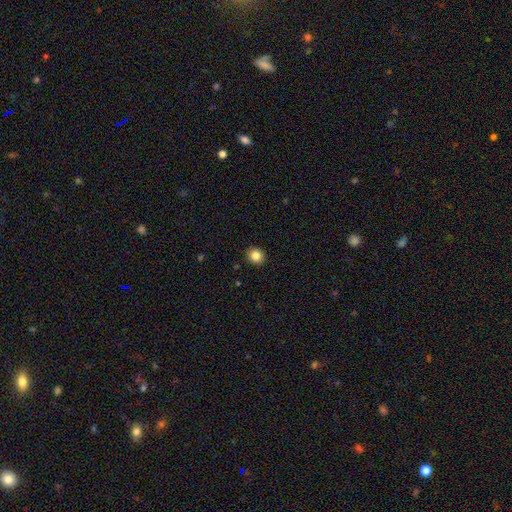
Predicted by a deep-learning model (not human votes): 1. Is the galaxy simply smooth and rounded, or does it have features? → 84% smooth, 10% star or artifact, 6% featured or disk.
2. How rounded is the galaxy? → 83% round, 16% in between, 1% cigar-shaped.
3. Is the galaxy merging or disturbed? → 92% none, 6% minor disturbance, 2% major disturbance, 1% merger.